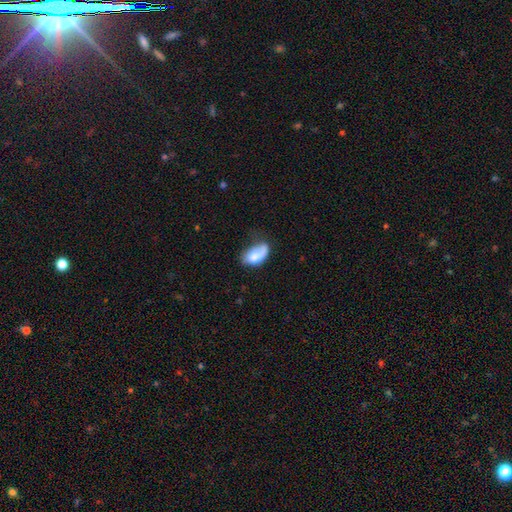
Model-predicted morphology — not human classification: The model was most divided on "merging": none: 36%, minor disturbance: 32%, major disturbance: 24%, merger: 8%. More confident: how rounded — in between (91%); smooth or featured — smooth (68%).